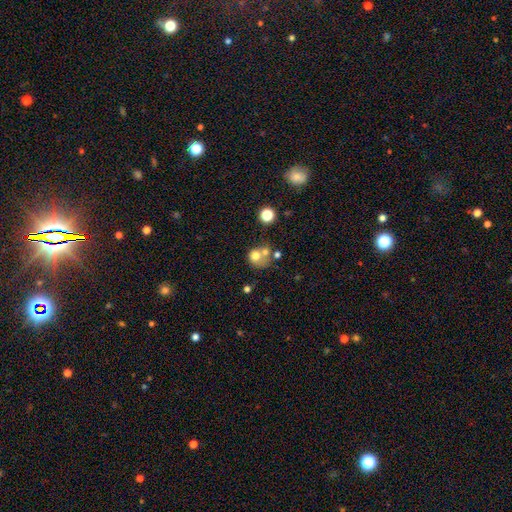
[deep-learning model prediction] smooth-or-featured: smooth: 67% | featured or disk: 20% | star or artifact: 14%
  how-rounded: round: 75% | in between: 24% | cigar-shaped: 1%
  merging: merger: 48% | none: 32% | minor disturbance: 11% | major disturbance: 9%